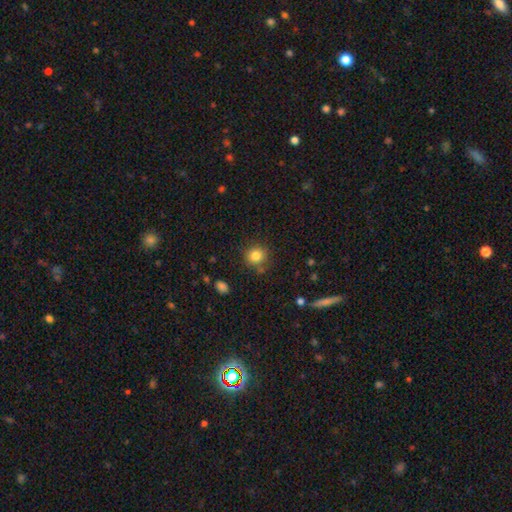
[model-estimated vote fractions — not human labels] smooth-or-featured: smooth: 83% | star or artifact: 11% | featured or disk: 6%
  how-rounded: round: 85% | in between: 14% | cigar-shaped: 1%
  merging: none: 81% | minor disturbance: 11% | merger: 5% | major disturbance: 3%